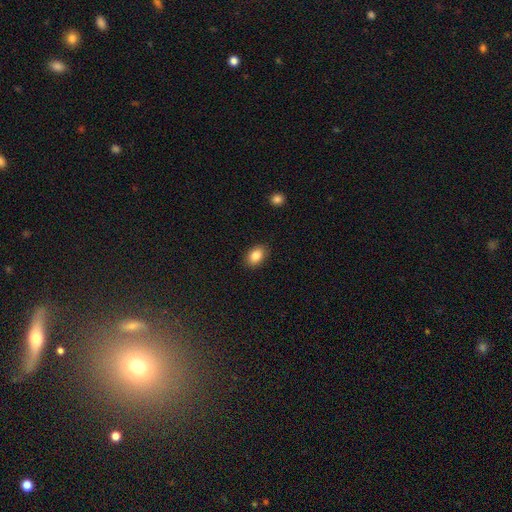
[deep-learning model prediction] Smooth or featured?
  - smooth: 86% *
  - star or artifact: 8%
  - featured or disk: 6%
How rounded?
  - in between: 83% *
  - round: 15%
  - cigar-shaped: 1%
Merging?
  - none: 88% *
  - minor disturbance: 9%
  - major disturbance: 2%
  - merger: 1%